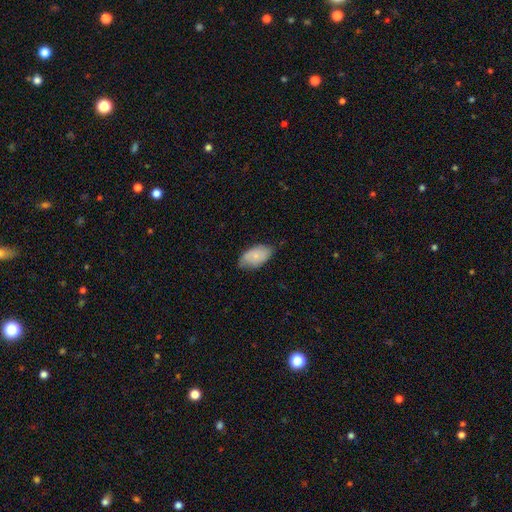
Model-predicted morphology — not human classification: type=smooth (75%); roundness=in between (94%); merging=none (65%).